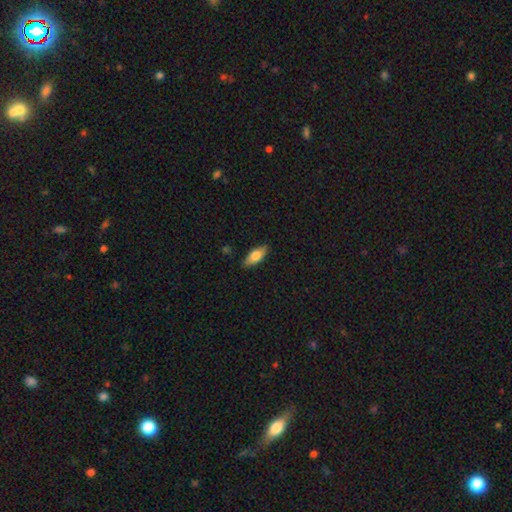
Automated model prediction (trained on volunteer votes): This is likely a smooth galaxy (74%). How rounded: likely in between (78%). Merging: clearly none (87%).